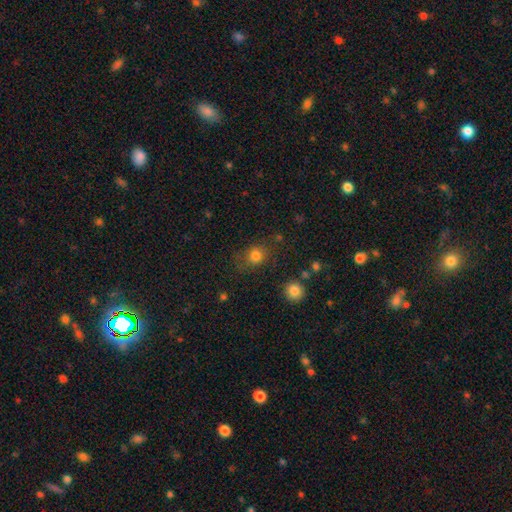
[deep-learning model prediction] Overall: smooth (80%). How rounded: round (70%). Merging: none (72%).